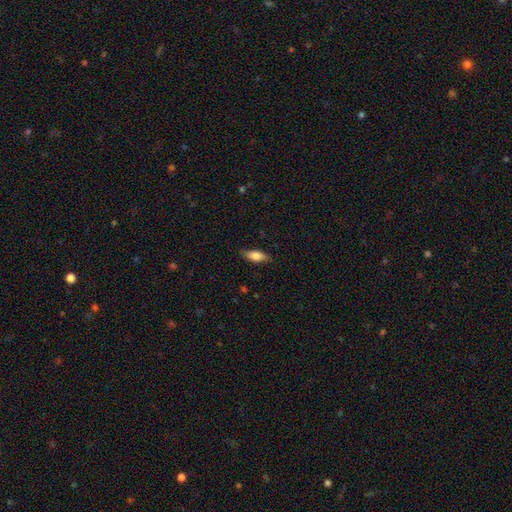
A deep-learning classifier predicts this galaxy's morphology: smooth_or_featured: smooth (p=0.73) [alt: featured or disk p=0.21]
how_rounded: in between (p=0.70) [alt: cigar-shaped p=0.27]
merging: none (p=0.84) [alt: minor disturbance p=0.13]